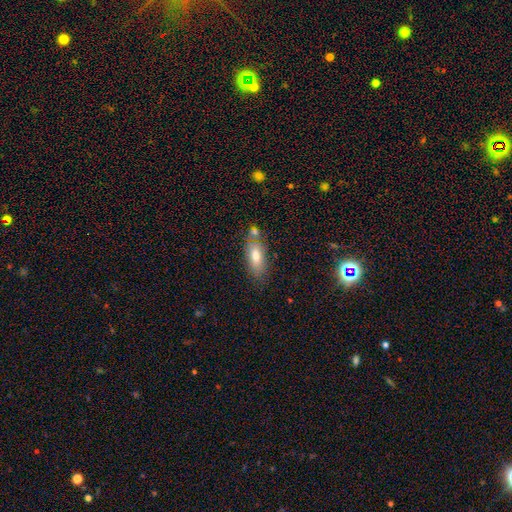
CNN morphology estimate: Smooth or featured?
  - smooth: 76% *
  - featured or disk: 16%
  - star or artifact: 8%
How rounded?
  - in between: 78% *
  - cigar-shaped: 19%
  - round: 3%
Merging?
  - none: 65% *
  - minor disturbance: 17%
  - merger: 13%
  - major disturbance: 5%